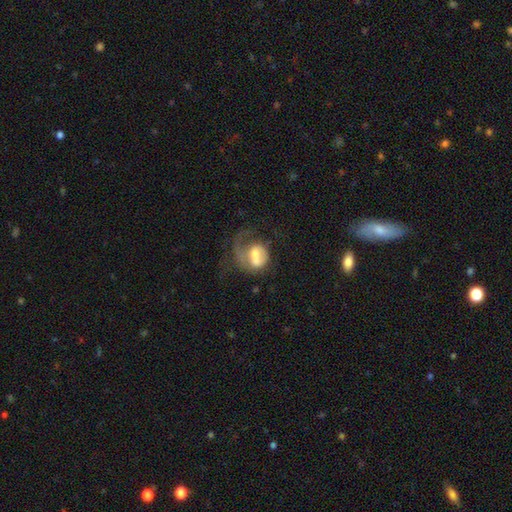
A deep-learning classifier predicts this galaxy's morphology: Q: Smooth or featured?
A: featured or disk (53%); runner-up: smooth (39%)
Q: Edge-on disk?
A: no (97%); runner-up: yes (3%)
Q: Bar?
A: no (56%); runner-up: weak (33%)
Q: Spiral arms?
A: yes (57%); runner-up: no (43%)
Q: Bulge size?
A: moderate (53%); runner-up: small (23%)
Q: Merging?
A: major disturbance (43%); runner-up: none (25%)